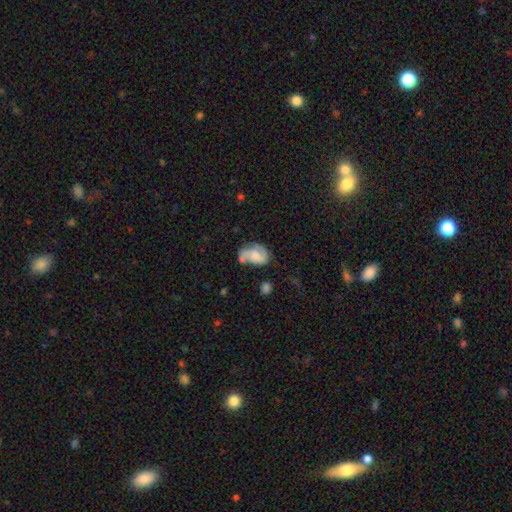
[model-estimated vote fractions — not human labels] This appears to be a featured or disk galaxy (54%) with no bar (60%), spiral arms (79%) and no central bulge (32%). Merging: none (39%).